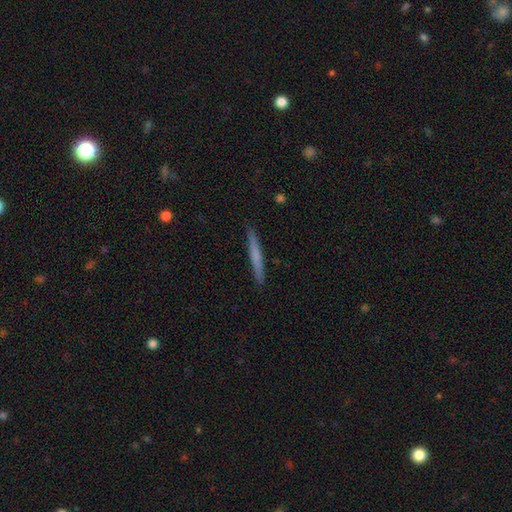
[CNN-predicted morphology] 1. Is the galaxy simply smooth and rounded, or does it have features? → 60% smooth, 34% featured or disk, 5% star or artifact.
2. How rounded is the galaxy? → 97% cigar-shaped, 2% in between, 1% round.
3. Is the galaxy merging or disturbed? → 91% none, 6% minor disturbance, 1% major disturbance, 1% merger.